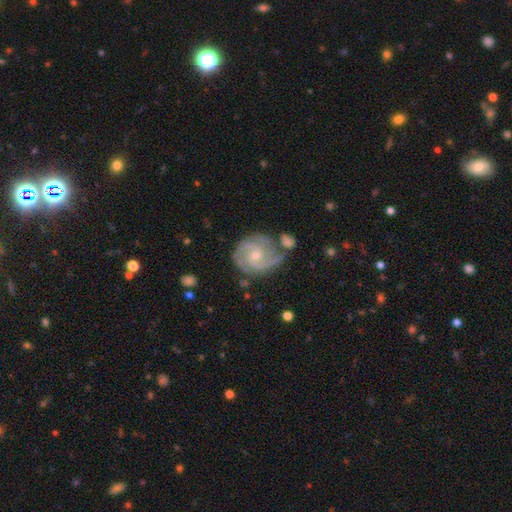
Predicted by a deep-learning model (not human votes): A featured or disk galaxy (87%) with no bar (64%), 2 (51%) tight (55%) spiral arms (97%) and a small central bulge (62%).

Vote fractions:
- Smooth or featured? featured or disk: 87% / smooth: 8% / star or artifact: 5%
- Edge-on disk? no: 98% / yes: 2%
- Bar? no: 64% / weak: 31% / strong: 5%
- Spiral arms? yes: 97% / no: 3%
- Spiral winding? tight: 55% / medium: 38% / loose: 7%
- Spiral arm count? 2: 51% / 3: 26% / can't tell: 11% / 4: 5% / 1: 4% / more than 4: 3%
- Bulge size? small: 62% / moderate: 34% / none: 2% / large: 1% / dominant: 1%
- Merging? none: 63% / minor disturbance: 20% / merger: 9% / major disturbance: 7%